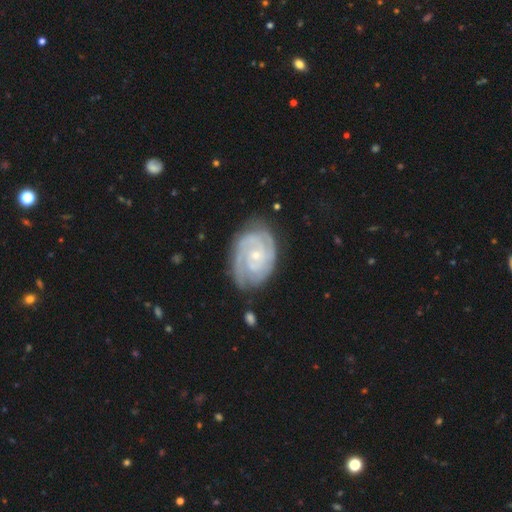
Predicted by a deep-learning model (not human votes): This is clearly a featured or disk galaxy (87%). It is clearly not viewed edge-on (97%). Bar: likely no (72%). Spiral arm pattern: clearly yes (97%). Spiral arm count: marginally 2 (36%). Spiral winding: likely tight (74%). Central bulge: likely small (74%). Merging: likely none (74%).